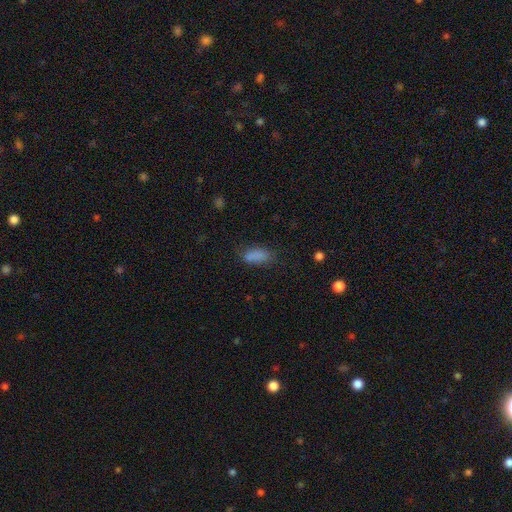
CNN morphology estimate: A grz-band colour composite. It shows a smooth galaxy with no disk features (82%) that is in between round and cigar-shaped (83%). Merging: none (63%).